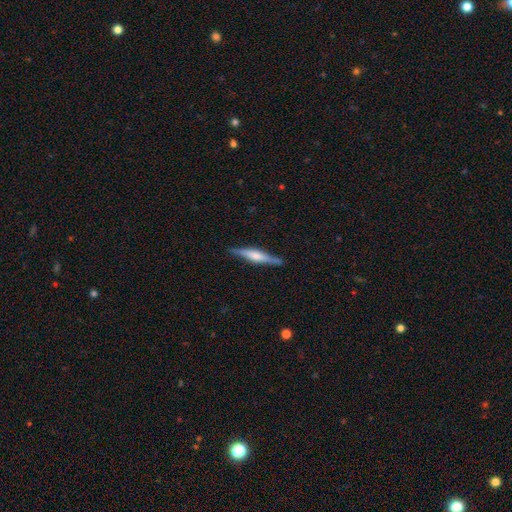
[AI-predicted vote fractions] featured or disk 62%, smooth 33%, star or artifact 6%. Down the decision tree: edge-on disk — yes (96%); edge-on bulge — rounded (56%); merging — none (86%).